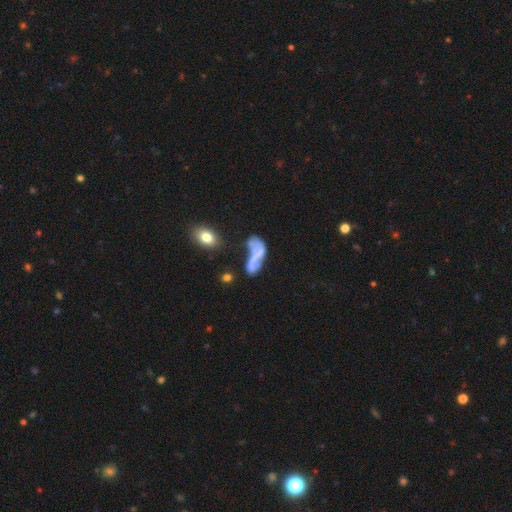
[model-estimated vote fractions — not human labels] featured or disk 53%, smooth 34%, star or artifact 13%. Down the decision tree: edge-on disk — no (90%); merging — major disturbance (33%).